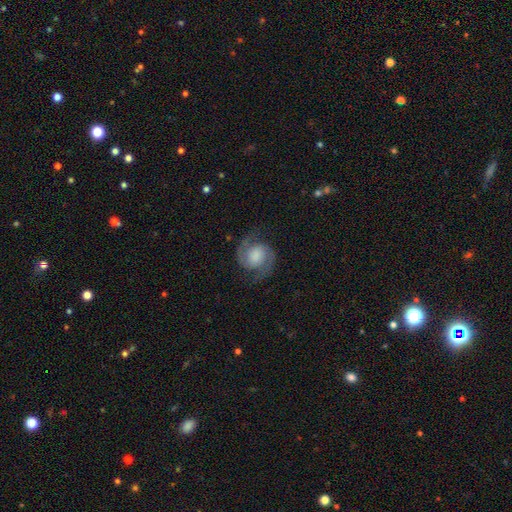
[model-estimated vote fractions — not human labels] Smooth or featured: featured or disk — 87% (smooth — 7%)
Edge-on disk: no — 98% (yes — 2%)
Bar: no — 64% (weak — 29%)
Spiral arms: yes — 98% (no — 2%)
Spiral winding: medium — 56% (tight — 24%)
Spiral arm count: 2 — 94% (can't tell — 2%)
Bulge size: large — 30% (moderate — 24%)
Merging: none — 81% (minor disturbance — 12%)